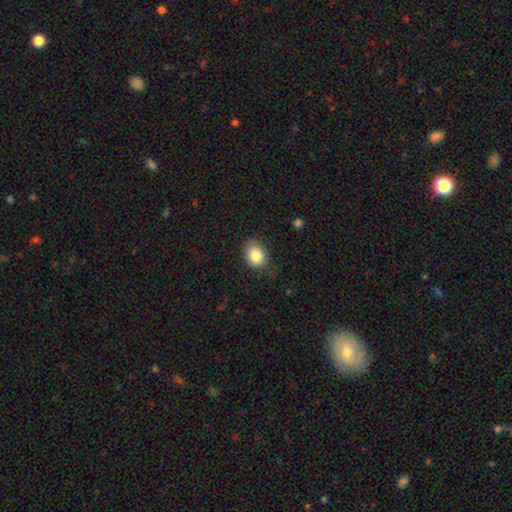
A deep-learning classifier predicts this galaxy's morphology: Smooth or featured: smooth — 84% (star or artifact — 9%)
How rounded: in between — 52% (round — 47%)
Merging: none — 73% (minor disturbance — 20%)